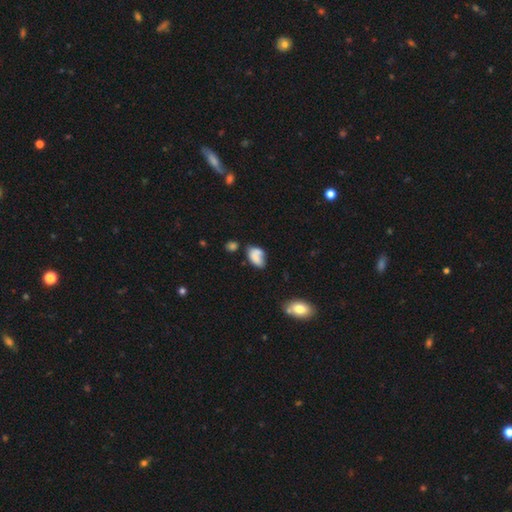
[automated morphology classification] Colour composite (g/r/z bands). It shows a smooth galaxy with no disk features (73%) that is in between round and cigar-shaped (89%). Merging: none (41%).